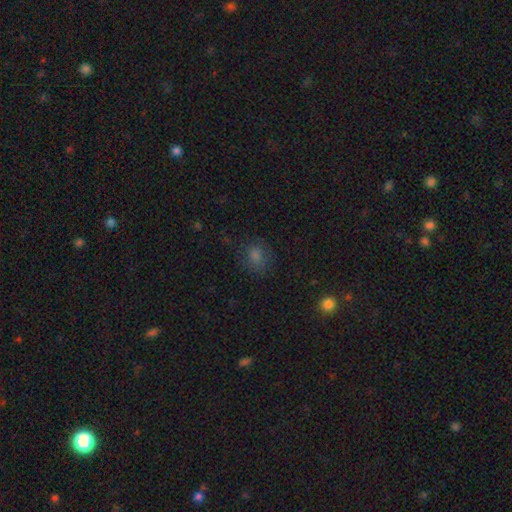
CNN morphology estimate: This is likely a smooth galaxy (72%). How rounded: likely round (66%). Merging: likely none (77%).